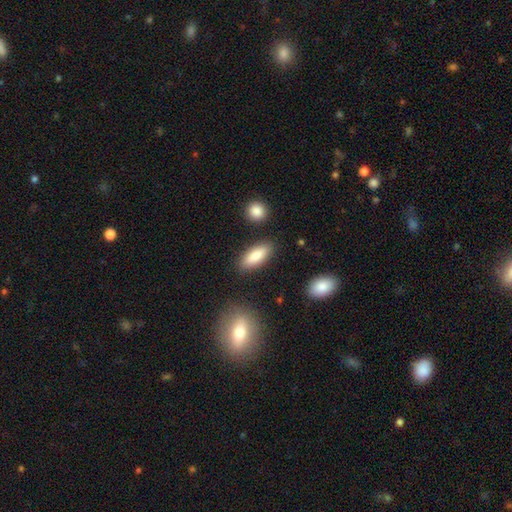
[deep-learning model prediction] The model was most divided on "how rounded": in between: 74%, cigar-shaped: 24%, round: 2%. More confident: merging — none (85%); smooth or featured — smooth (84%).